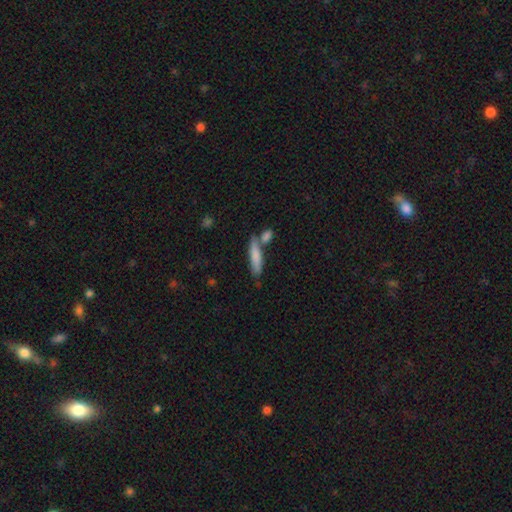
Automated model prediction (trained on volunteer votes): Smooth or featured? Predicted: smooth (p=0.78). How rounded? Predicted: cigar-shaped (p=0.76). Merging? Predicted: none (p=0.59).